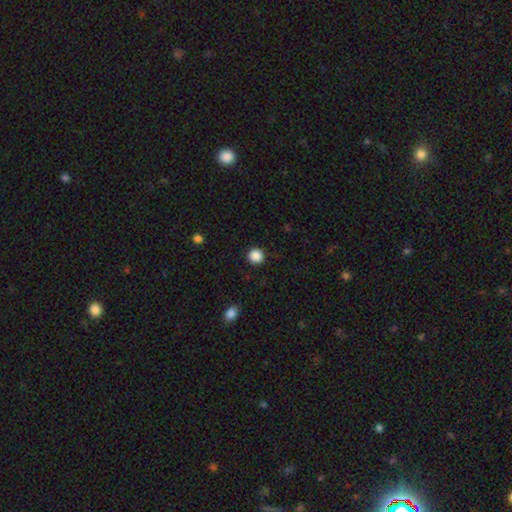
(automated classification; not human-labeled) A smooth galaxy with no disk features (88%) that is round (92%). Merging: none (90%).